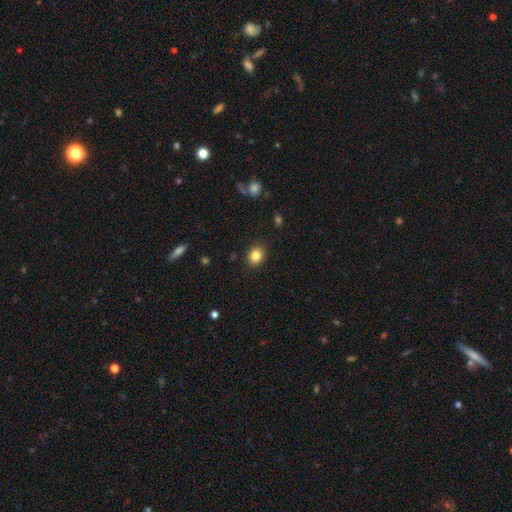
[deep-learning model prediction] smooth 84%, star or artifact 10%, featured or disk 6%. Down the decision tree: how rounded — round (59%); merging — none (88%).